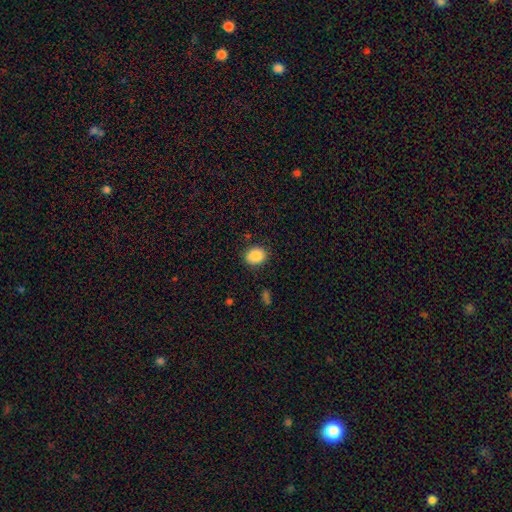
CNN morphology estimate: Smooth or featured? Predicted: smooth (p=0.89). How rounded? Predicted: round (p=0.54). Merging? Predicted: none (p=0.85).